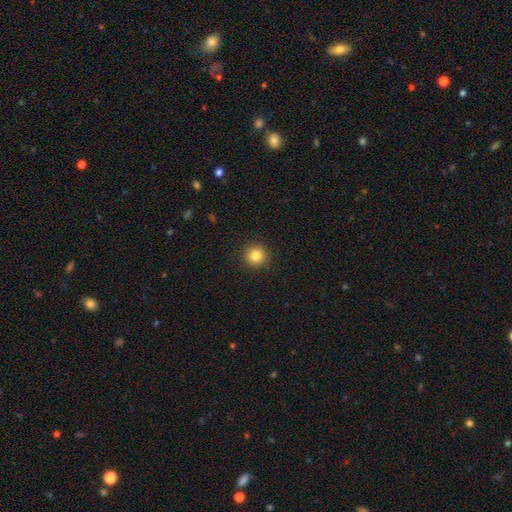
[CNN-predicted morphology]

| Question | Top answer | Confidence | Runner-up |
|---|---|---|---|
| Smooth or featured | smooth | 84% | star or artifact (11%) |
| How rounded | round | 95% | in between (5%) |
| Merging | none | 91% | minor disturbance (6%) |